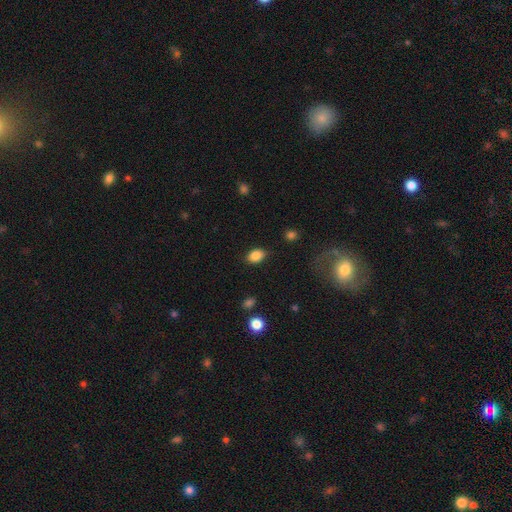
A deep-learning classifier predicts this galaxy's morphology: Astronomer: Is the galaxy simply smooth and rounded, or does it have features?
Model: smooth — 86%.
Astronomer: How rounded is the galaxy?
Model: in between — 76%.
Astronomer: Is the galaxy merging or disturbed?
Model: none — 82%.